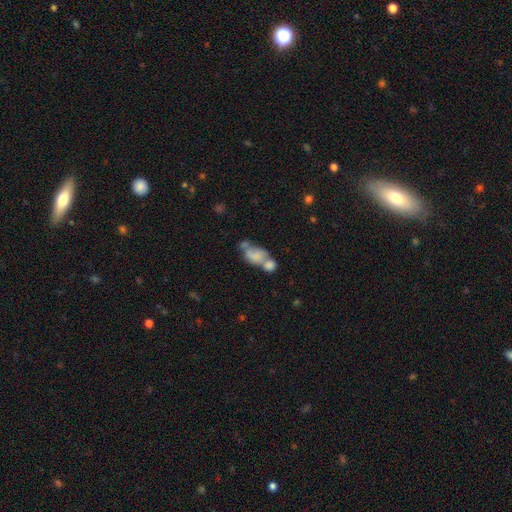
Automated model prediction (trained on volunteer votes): Morphology: type=smooth (59%); roundness=in between (81%); merging=merger (64%).